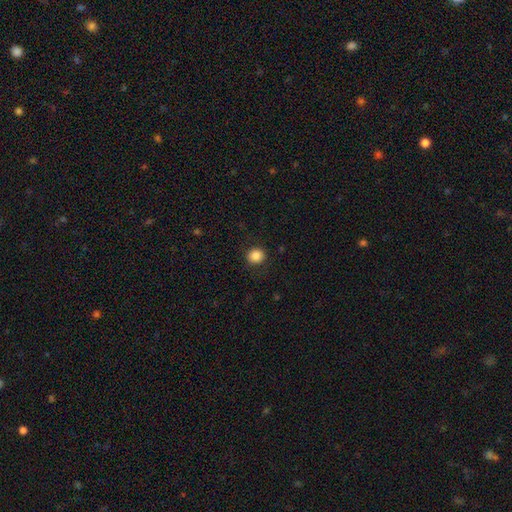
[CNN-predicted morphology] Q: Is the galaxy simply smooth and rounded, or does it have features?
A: smooth — 86%.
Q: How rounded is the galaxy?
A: round — 86%.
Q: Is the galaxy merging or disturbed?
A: none — 90%.